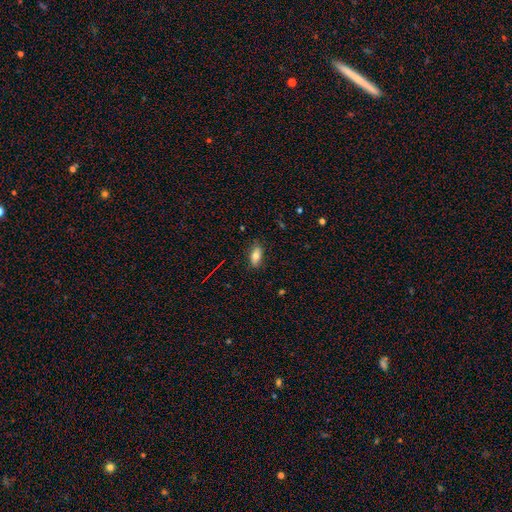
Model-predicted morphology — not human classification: Smooth or featured? smooth (76%)
How rounded? in between (85%)
Merging? none (84%)